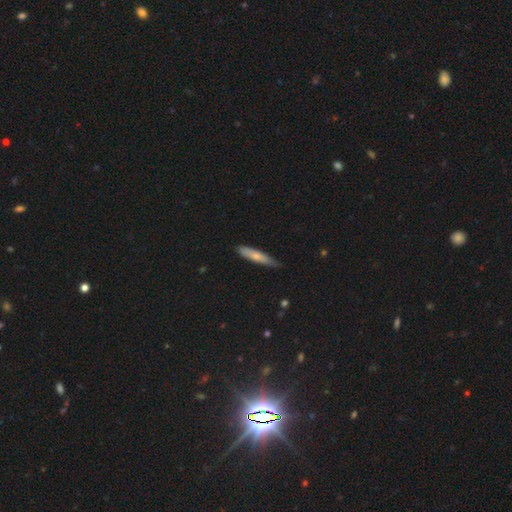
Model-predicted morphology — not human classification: The model was most divided on "smooth or featured": smooth: 68%, featured or disk: 26%, star or artifact: 6%. More confident: how rounded — cigar-shaped (86%); merging — none (72%).